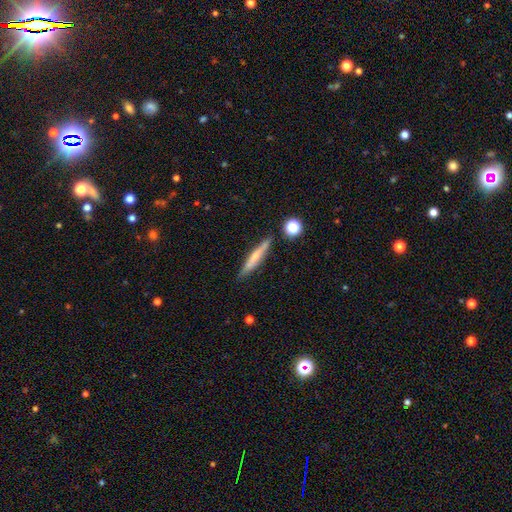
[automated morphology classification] Smooth or featured? Predicted: smooth (p=0.49). Merging? Predicted: none (p=0.84).